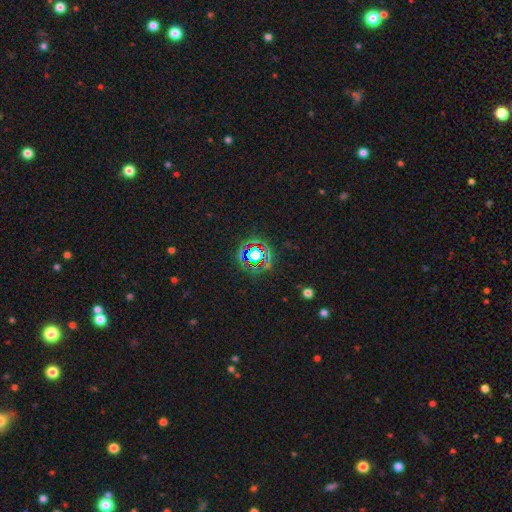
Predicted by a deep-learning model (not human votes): Smooth or featured: star or artifact — 68% (smooth — 21%)